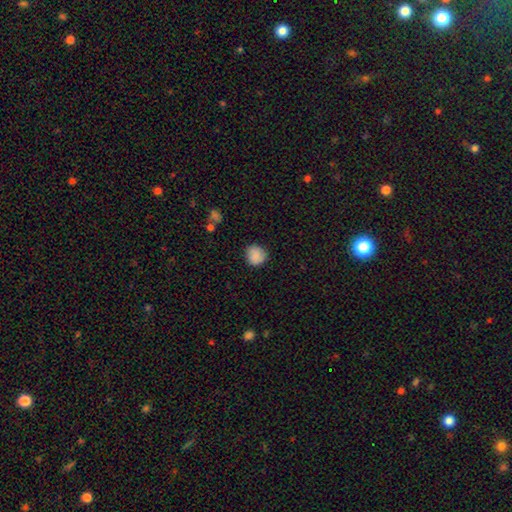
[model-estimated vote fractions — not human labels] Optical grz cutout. It shows a smooth galaxy with no disk features (86%) that is round (85%). Merging: none (81%).